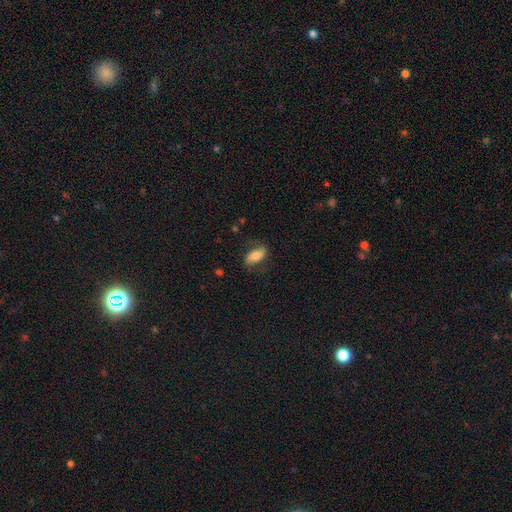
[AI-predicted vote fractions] Smooth or featured? Predicted: smooth (p=0.50). Merging? Predicted: none (p=0.68).